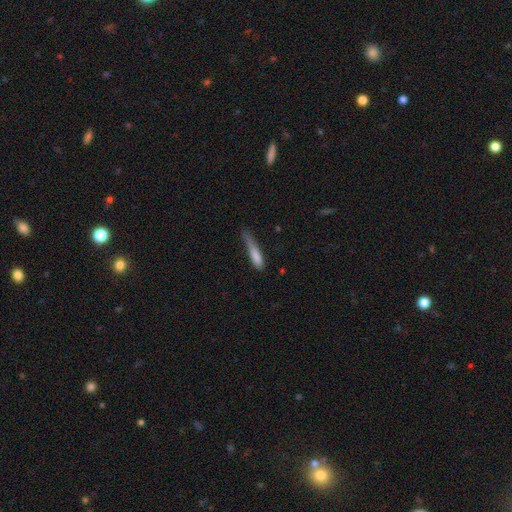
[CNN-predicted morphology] Smooth or featured: smooth — 77% (featured or disk — 16%)
How rounded: cigar-shaped — 82% (in between — 16%)
Merging: minor disturbance — 39% (none — 34%)